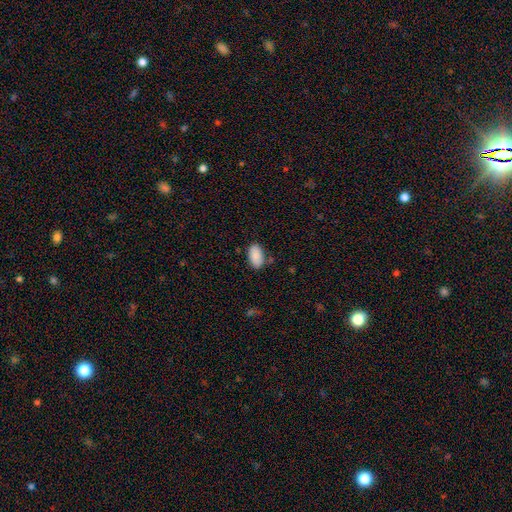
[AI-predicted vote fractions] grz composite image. It shows a smooth galaxy with no disk features (88%) that is in between round and cigar-shaped (94%). Merging: none (76%).